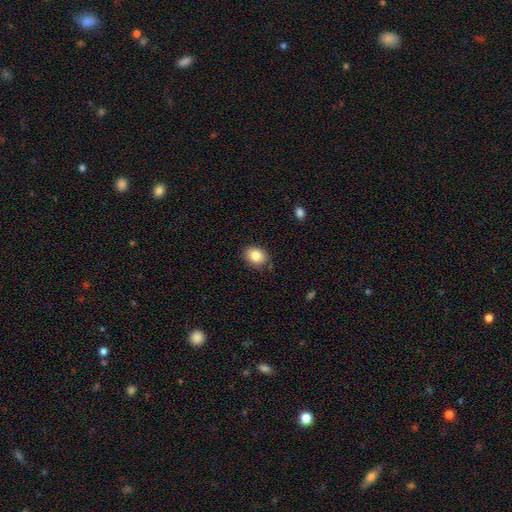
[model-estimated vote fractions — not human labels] Q: Smooth or featured?
A: smooth (84%); runner-up: star or artifact (9%)
Q: How rounded?
A: in between (53%); runner-up: round (46%)
Q: Merging?
A: none (81%); runner-up: minor disturbance (15%)